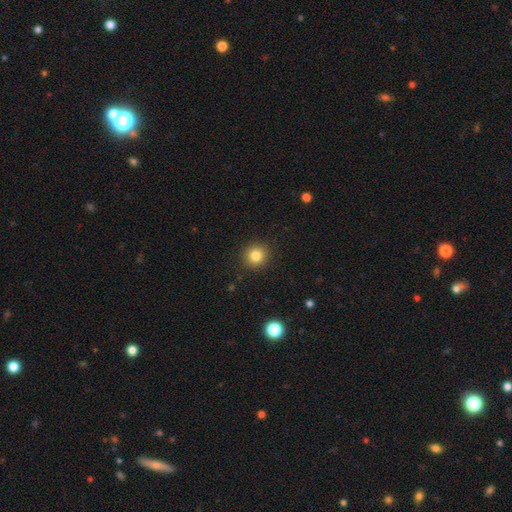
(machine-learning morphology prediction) type=smooth (82%); roundness=round (91%); merging=none (91%).